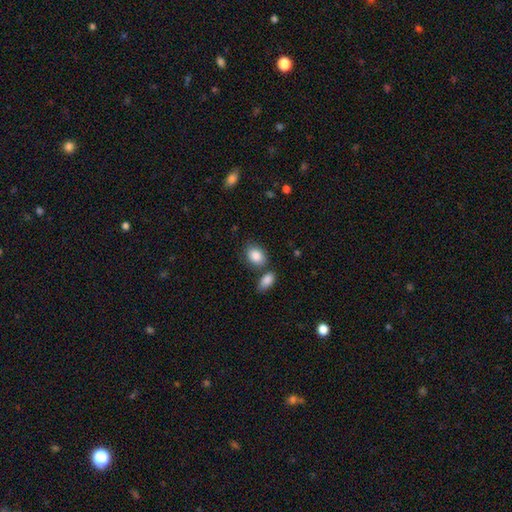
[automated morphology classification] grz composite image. It shows a smooth galaxy with no disk features (87%) that is in between round and cigar-shaped (78%). Merging: none (63%).